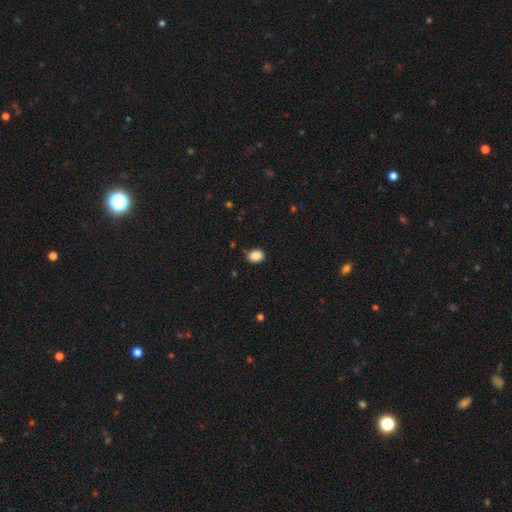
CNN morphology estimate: Q: Smooth or featured?
A: smooth (88%); runner-up: star or artifact (9%)
Q: How rounded?
A: in between (64%); runner-up: round (35%)
Q: Merging?
A: none (84%); runner-up: minor disturbance (12%)